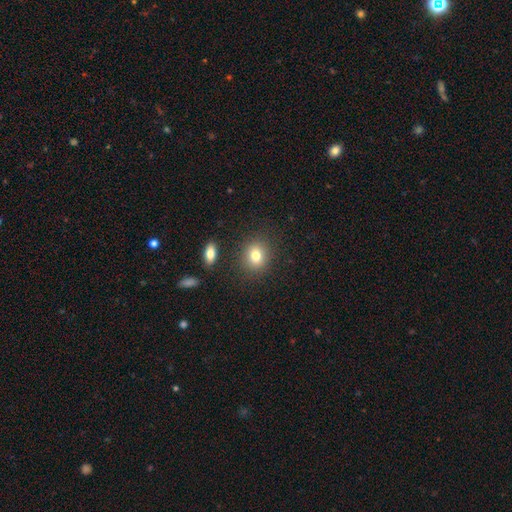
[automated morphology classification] Overall: smooth (79%). How rounded: round (65%; in between 34%). Merging: none (85%).